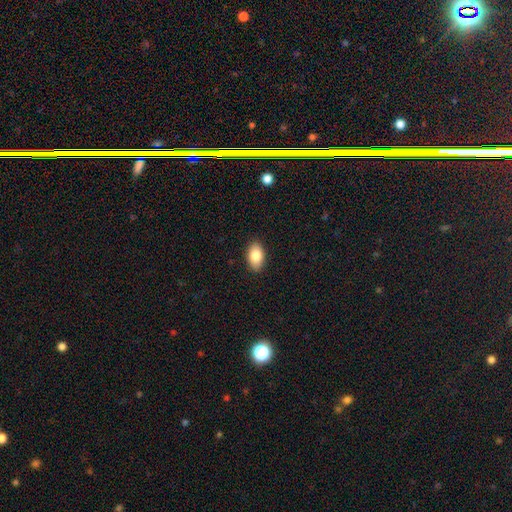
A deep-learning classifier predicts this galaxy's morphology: This is clearly a smooth galaxy (85%). How rounded: clearly in between (93%). Merging: clearly none (89%).